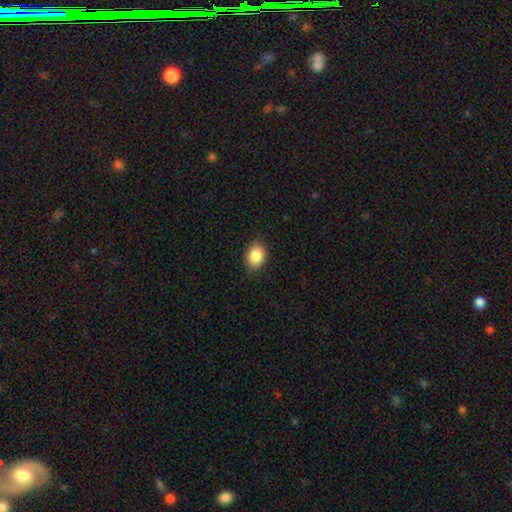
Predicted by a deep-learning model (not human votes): The model was most divided on "how rounded": in between: 65%, round: 34%, cigar-shaped: 1%. More confident: smooth or featured — smooth (87%); merging — none (86%).